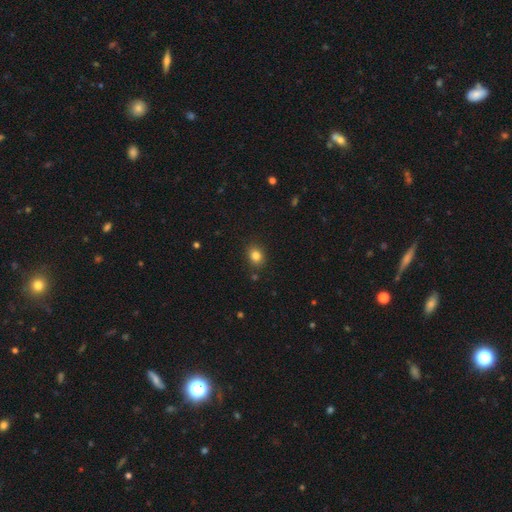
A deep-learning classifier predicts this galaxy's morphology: Smooth or featured?
  - smooth: 83% *
  - star or artifact: 12%
  - featured or disk: 6%
How rounded?
  - round: 55% *
  - in between: 44%
  - cigar-shaped: 1%
Merging?
  - none: 87% *
  - minor disturbance: 9%
  - major disturbance: 2%
  - merger: 2%